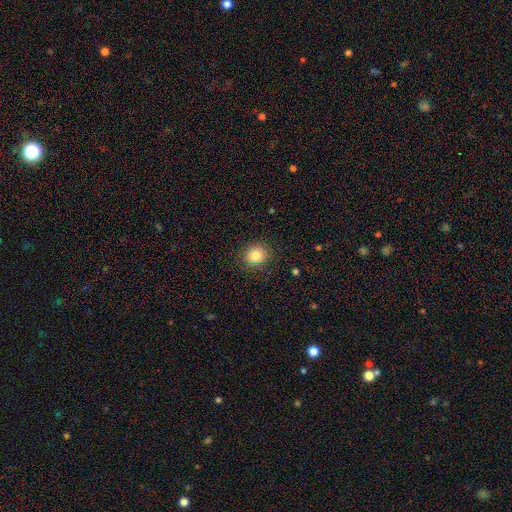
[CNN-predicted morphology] smooth-or-featured: smooth: 82% | star or artifact: 11% | featured or disk: 7%
  how-rounded: round: 79% | in between: 20% | cigar-shaped: 1%
  merging: none: 88% | minor disturbance: 8% | major disturbance: 3% | merger: 1%